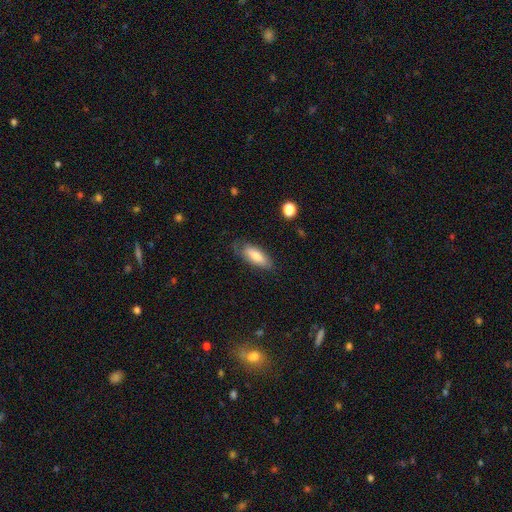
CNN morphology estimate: This is likely a smooth galaxy (75%). How rounded: likely in between (70%). Merging: likely none (71%).